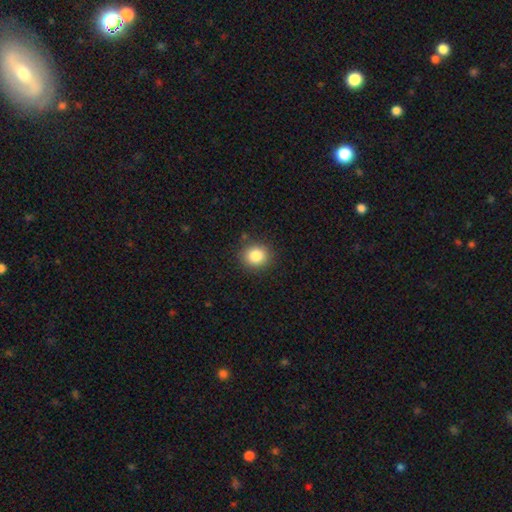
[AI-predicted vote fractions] Smooth or featured? Predicted: smooth (p=0.84). How rounded? Predicted: round (p=0.81). Merging? Predicted: none (p=0.88).